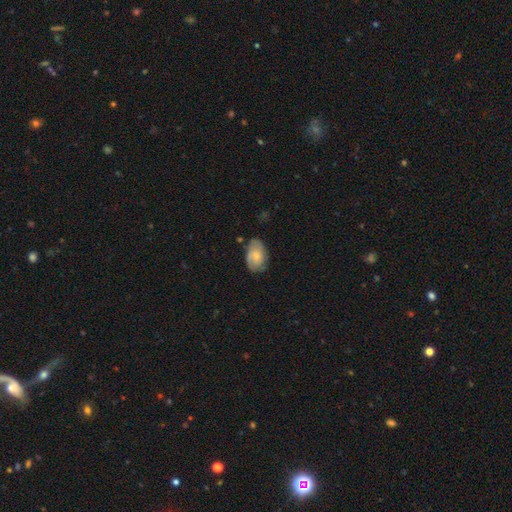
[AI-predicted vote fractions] A smooth galaxy with no disk features (48%). Merging: none (67%).